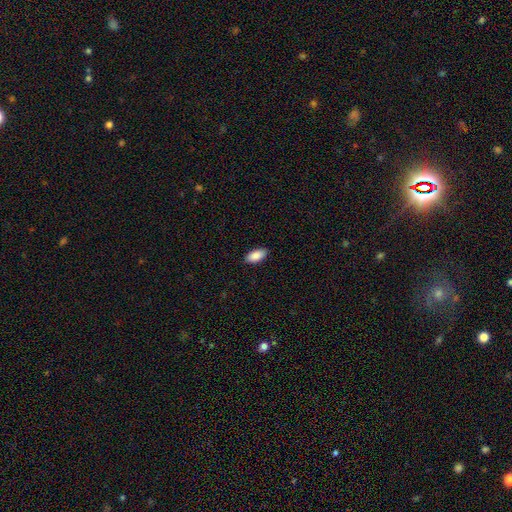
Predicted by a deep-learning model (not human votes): smooth-or-featured: smooth: 89% | star or artifact: 6% | featured or disk: 5%
  how-rounded: in between: 92% | cigar-shaped: 6% | round: 2%
  merging: none: 89% | minor disturbance: 8% | major disturbance: 2% | merger: 1%